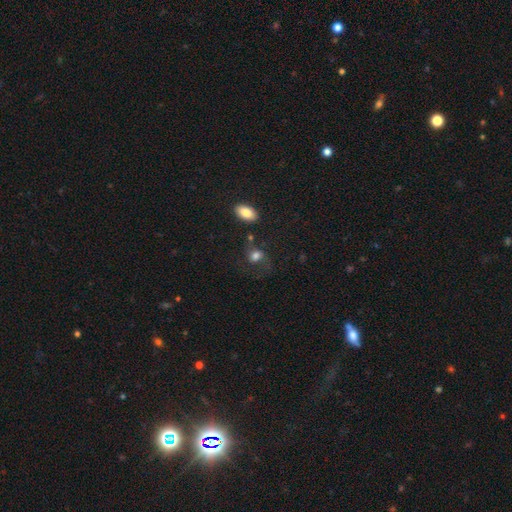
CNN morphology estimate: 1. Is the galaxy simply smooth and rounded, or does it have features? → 70% smooth, 20% featured or disk, 11% star or artifact.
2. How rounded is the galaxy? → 56% in between, 43% round, 2% cigar-shaped.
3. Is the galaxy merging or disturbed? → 49% none, 23% major disturbance, 20% minor disturbance, 9% merger.